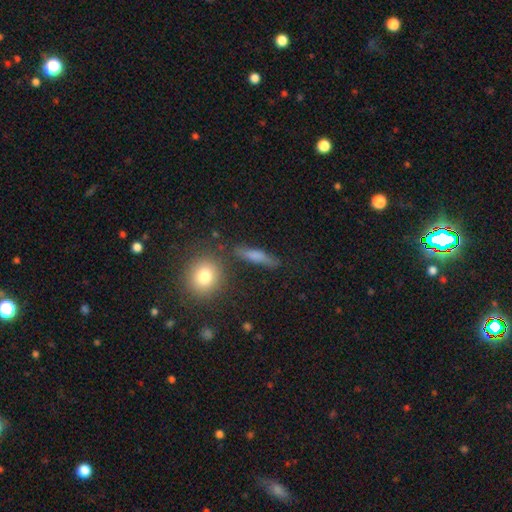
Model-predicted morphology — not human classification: Smooth or featured? smooth (67%)
How rounded? cigar-shaped (75%)
Merging? none (77%)